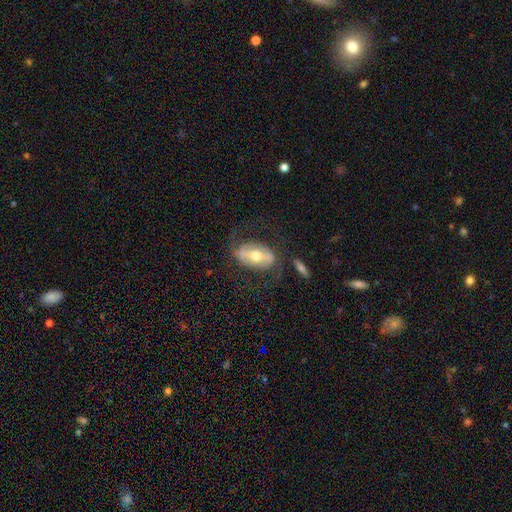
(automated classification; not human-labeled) A featured or disk galaxy (63%) with a strong bar (48%), spiral arms (57%) and a moderate central bulge (69%). Merging: none (64%).